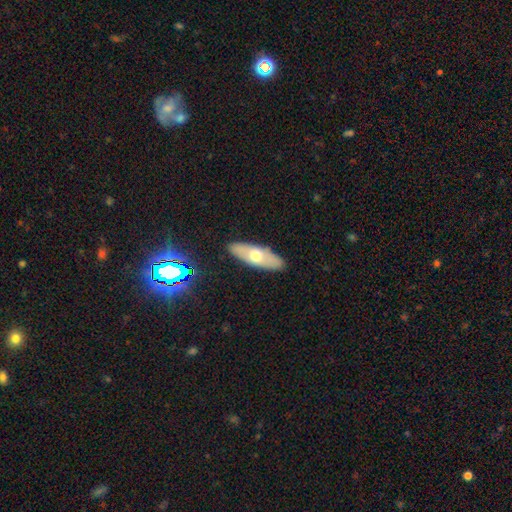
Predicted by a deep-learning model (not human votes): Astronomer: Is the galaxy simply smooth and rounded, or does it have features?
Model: smooth — 49% (runner-up: featured or disk, 41%).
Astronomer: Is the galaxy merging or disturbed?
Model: none — 88%.